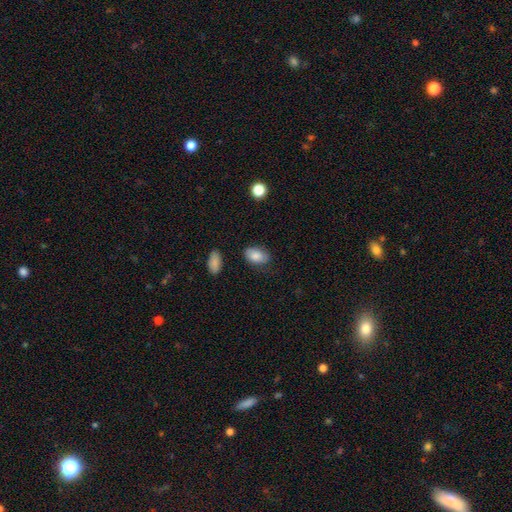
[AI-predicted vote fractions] A smooth galaxy with no disk features (82%) that is in between round and cigar-shaped (89%).

Vote fractions:
- Smooth or featured? smooth: 82% / featured or disk: 11% / star or artifact: 7%
- How rounded? in between: 89% / round: 10% / cigar-shaped: 1%
- Merging? none: 72% / minor disturbance: 20% / major disturbance: 5% / merger: 2%